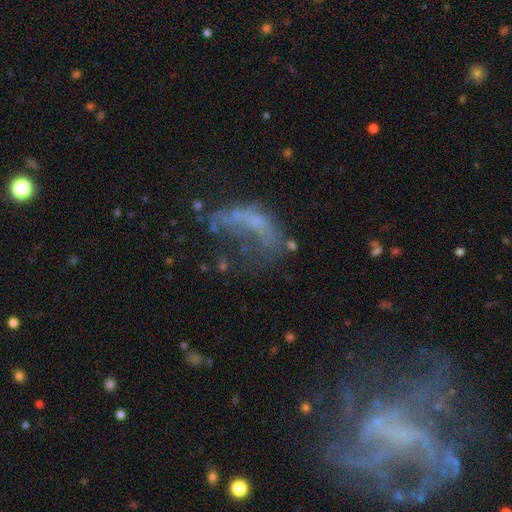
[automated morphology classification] The model was most divided on "merging": major disturbance: 45%, none: 30%, minor disturbance: 15%, merger: 10%. More confident: edge-on disk — no (94%); smooth or featured — featured or disk (53%).